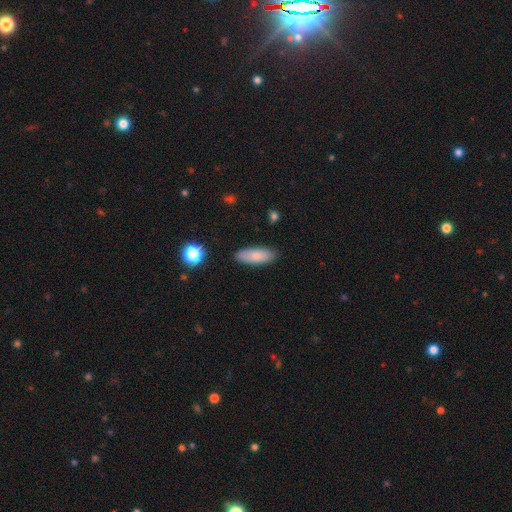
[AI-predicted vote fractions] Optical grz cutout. It shows a smooth galaxy with no disk features (81%) that is in between round and cigar-shaped (67%). Merging: none (87%).